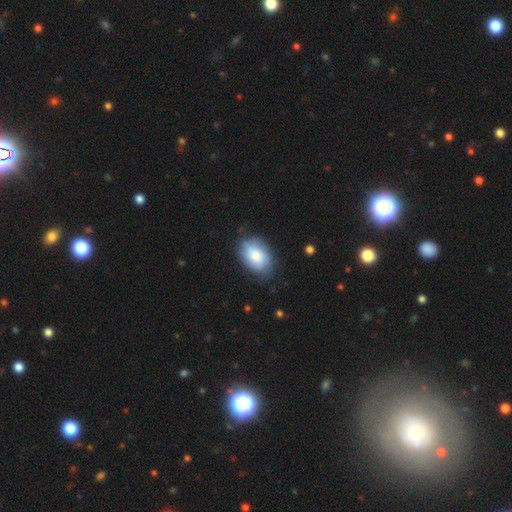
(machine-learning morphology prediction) Overall: smooth (71%). How rounded: in between (85%). Merging: none (72%).